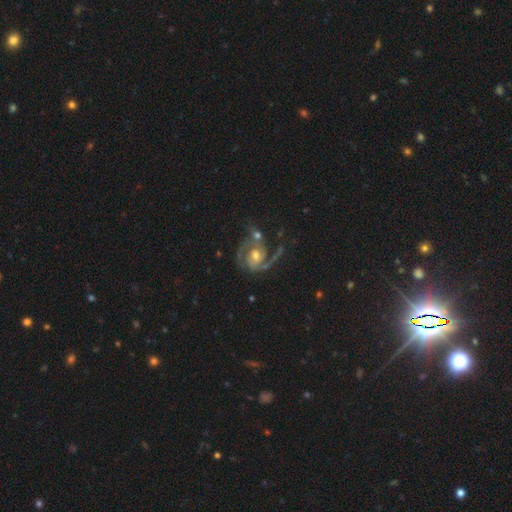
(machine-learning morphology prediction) A featured or disk galaxy (89%) with no bar (61%), 2 (79%) medium (51%) spiral arms (97%) and a moderate central bulge (60%). Merging: none (53%).